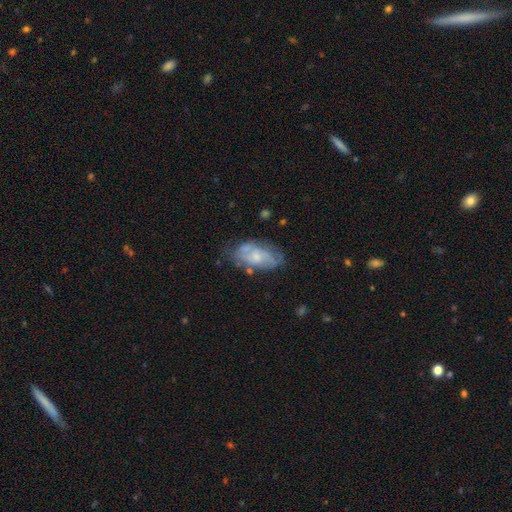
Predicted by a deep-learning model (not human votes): smooth_or_featured: featured or disk (p=0.56) [alt: smooth p=0.36]
disk_edge_on: no (p=0.92) [alt: yes p=0.08]
bar: no (p=0.76) [alt: weak p=0.21]
has_spiral_arms: yes (p=0.58) [alt: no p=0.42]
bulge_size: small (p=0.48) [alt: moderate p=0.37]
merging: none (p=0.63) [alt: minor disturbance p=0.25]